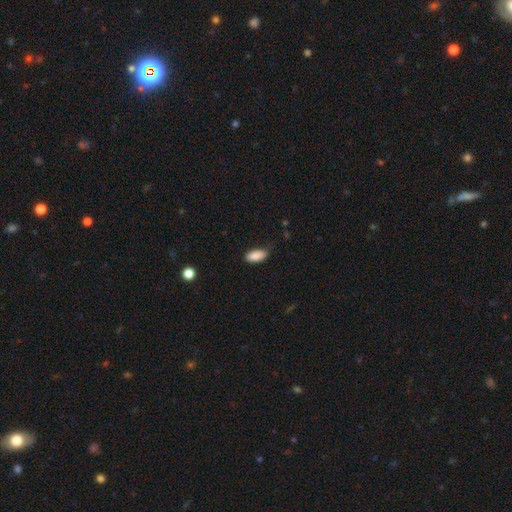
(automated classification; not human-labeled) Q: Smooth or featured?
A: smooth (88%); runner-up: star or artifact (7%)
Q: How rounded?
A: in between (89%); runner-up: cigar-shaped (8%)
Q: Merging?
A: none (76%); runner-up: minor disturbance (20%)